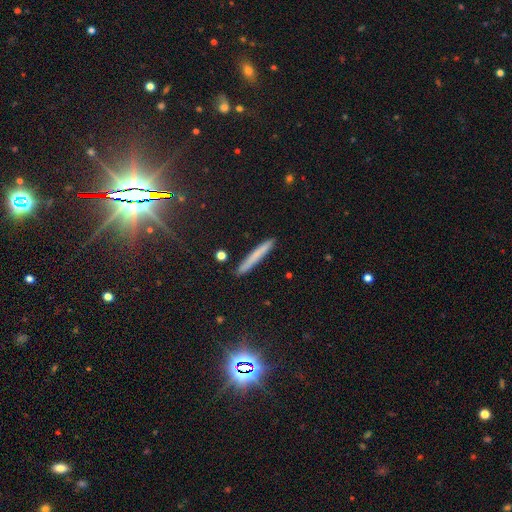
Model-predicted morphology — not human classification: Smooth or featured?
  - smooth: 66% *
  - featured or disk: 23%
  - star or artifact: 10%
How rounded?
  - cigar-shaped: 96% *
  - in between: 2%
  - round: 1%
Merging?
  - none: 89% *
  - minor disturbance: 8%
  - major disturbance: 2%
  - merger: 1%